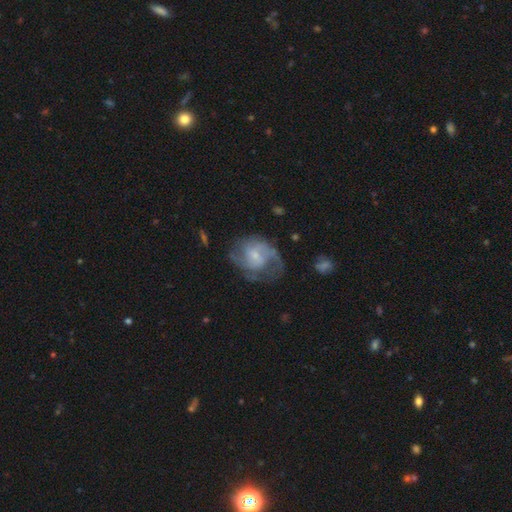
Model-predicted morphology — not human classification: A featured or disk galaxy (72%) with no bar (50%), 2 (54%) medium (48%) spiral arms (86%) and a small central bulge (59%).

Vote fractions:
- Smooth or featured? featured or disk: 72% / smooth: 22% / star or artifact: 7%
- Edge-on disk? no: 98% / yes: 2%
- Bar? no: 50% / weak: 43% / strong: 7%
- Spiral arms? yes: 86% / no: 14%
- Spiral winding? medium: 48% / tight: 27% / loose: 24%
- Spiral arm count? 2: 54% / can't tell: 24% / 3: 10% / 1: 7% / 4: 3% / more than 4: 3%
- Bulge size? small: 59% / moderate: 29% / none: 8% / large: 4% / dominant: 1%
- Merging? none: 52% / major disturbance: 23% / minor disturbance: 23% / merger: 2%